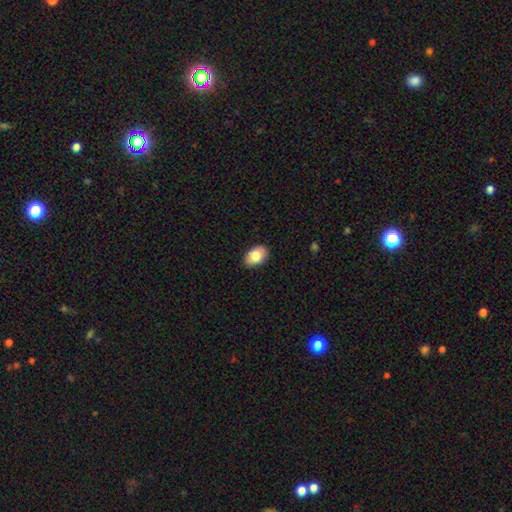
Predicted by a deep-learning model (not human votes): Overall: smooth (82%). How rounded: in between (89%). Merging: none (87%).